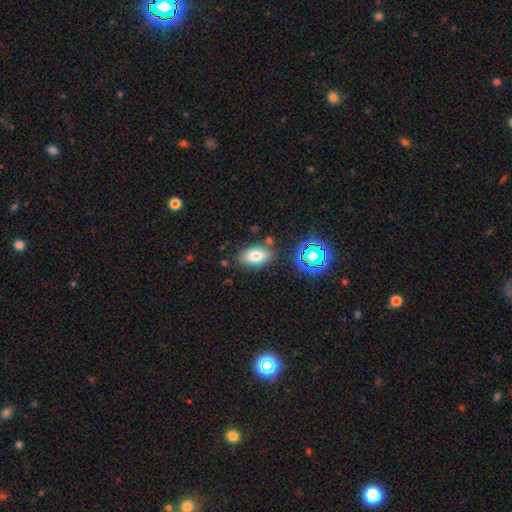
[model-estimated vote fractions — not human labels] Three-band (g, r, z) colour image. It shows a smooth galaxy with no disk features (75%) that is in between round and cigar-shaped (89%). Merging: none (79%).